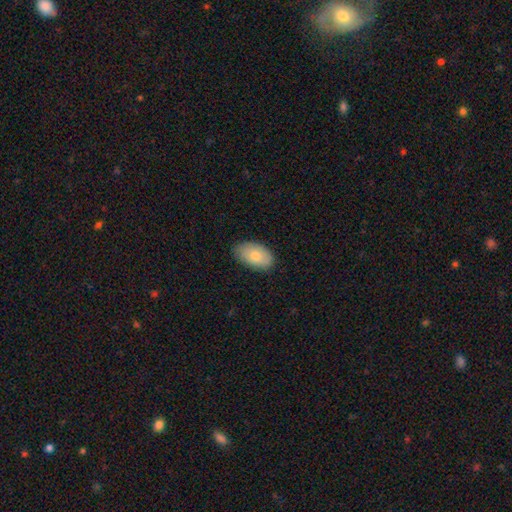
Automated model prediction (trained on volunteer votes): smooth 77%, featured or disk 17%, star or artifact 6%. Down the decision tree: how rounded — in between (93%); merging — none (80%).